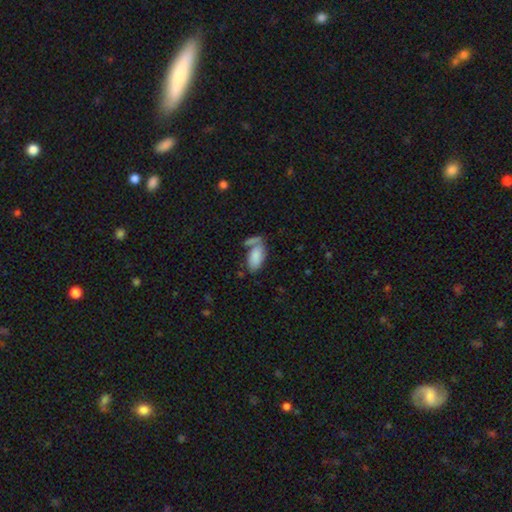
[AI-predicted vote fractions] Morphology: type=smooth (81%); roundness=in between (92%); merging=none (48%).